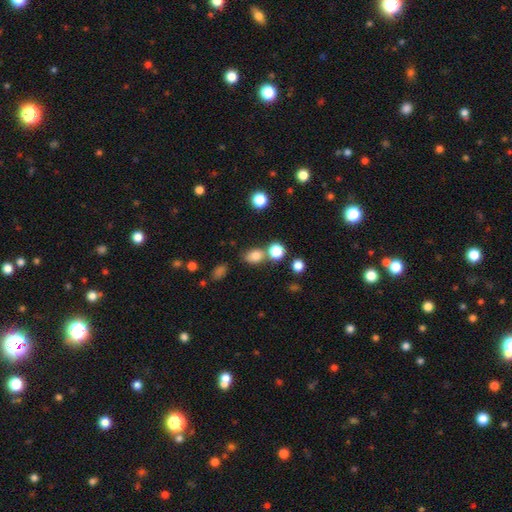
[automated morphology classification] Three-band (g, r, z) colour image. It shows a smooth galaxy with no disk features (79%) that is in between round and cigar-shaped (59%). Merging: none (60%).